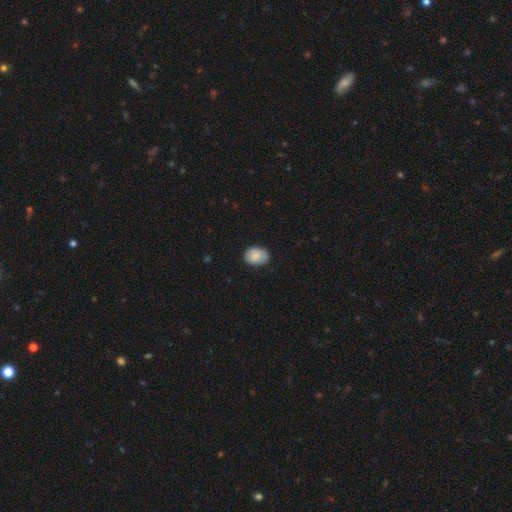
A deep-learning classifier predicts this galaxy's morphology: smooth_or_featured: smooth (p=0.86) [alt: featured or disk p=0.08]
how_rounded: in between (p=0.62) [alt: round p=0.37]
merging: none (p=0.82) [alt: minor disturbance p=0.15]